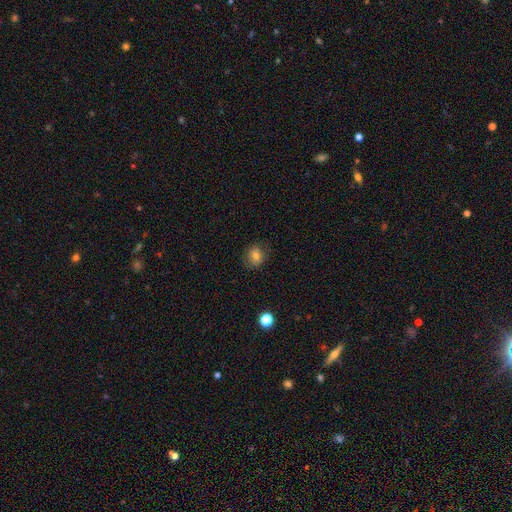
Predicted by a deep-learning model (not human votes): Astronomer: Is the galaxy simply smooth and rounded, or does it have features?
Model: smooth — 76%.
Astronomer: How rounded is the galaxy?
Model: round — 71%.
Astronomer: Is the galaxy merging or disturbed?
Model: none — 80%.